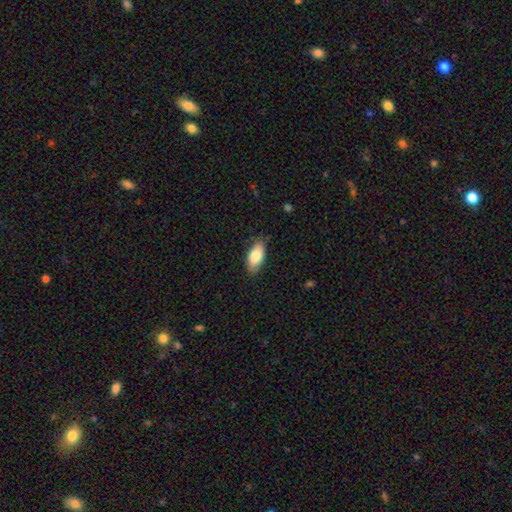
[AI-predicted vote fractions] smooth-or-featured: smooth: 82% | featured or disk: 11% | star or artifact: 6%
  how-rounded: in between: 90% | cigar-shaped: 7% | round: 3%
  merging: none: 82% | minor disturbance: 14% | major disturbance: 2% | merger: 1%